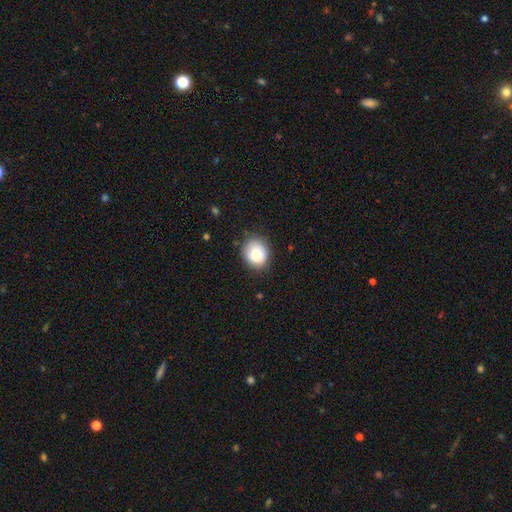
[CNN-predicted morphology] Smooth or featured: smooth — 80% (featured or disk — 11%)
How rounded: round — 67% (in between — 32%)
Merging: none — 80% (minor disturbance — 15%)